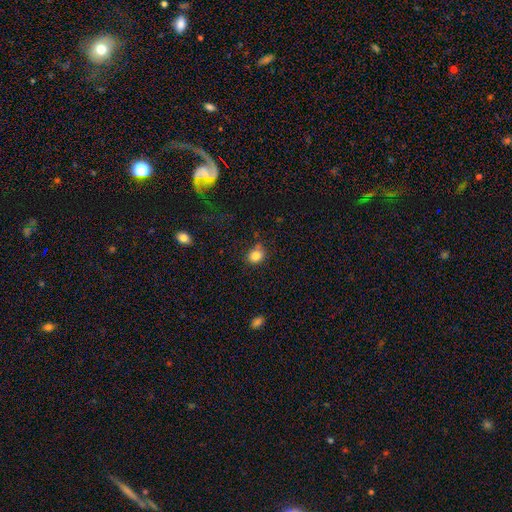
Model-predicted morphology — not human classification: Q: Smooth or featured?
A: smooth (84%); runner-up: star or artifact (11%)
Q: How rounded?
A: round (63%); runner-up: in between (36%)
Q: Merging?
A: none (71%); runner-up: minor disturbance (18%)